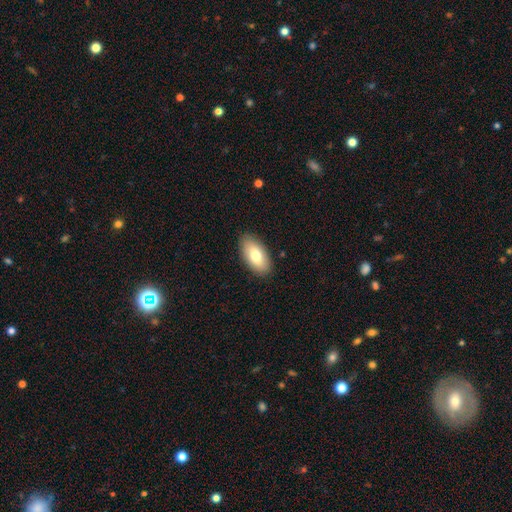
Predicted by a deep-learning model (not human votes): This is likely a smooth galaxy (78%). How rounded: clearly in between (93%). Merging: clearly none (88%).